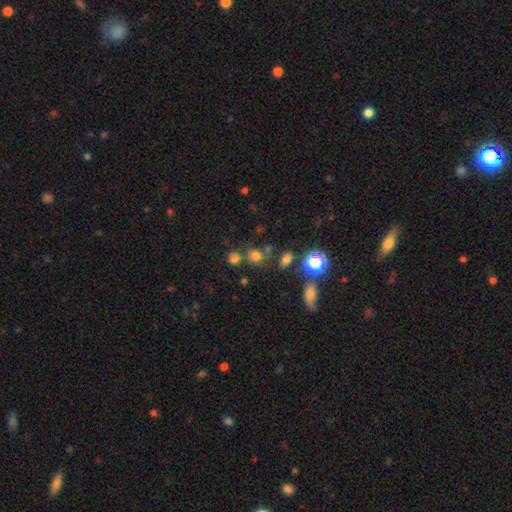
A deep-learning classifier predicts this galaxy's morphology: Smooth or featured? Predicted: smooth (p=0.72). How rounded? Predicted: round (p=0.81). Merging? Predicted: none (p=0.69).